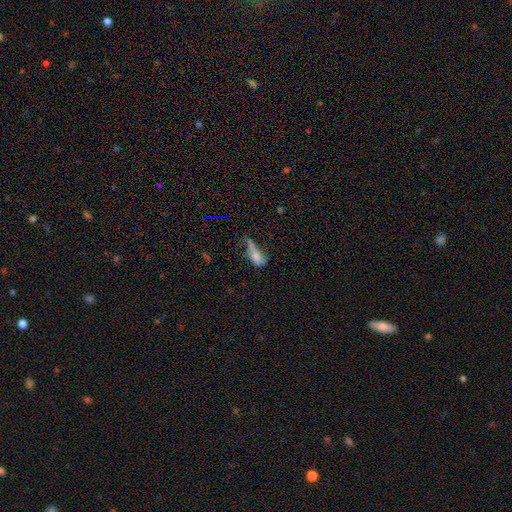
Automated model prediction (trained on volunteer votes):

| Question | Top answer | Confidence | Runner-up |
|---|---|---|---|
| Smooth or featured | smooth | 64% | featured or disk (24%) |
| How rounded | in between | 68% | cigar-shaped (27%) |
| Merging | major disturbance | 42% | minor disturbance (25%) |